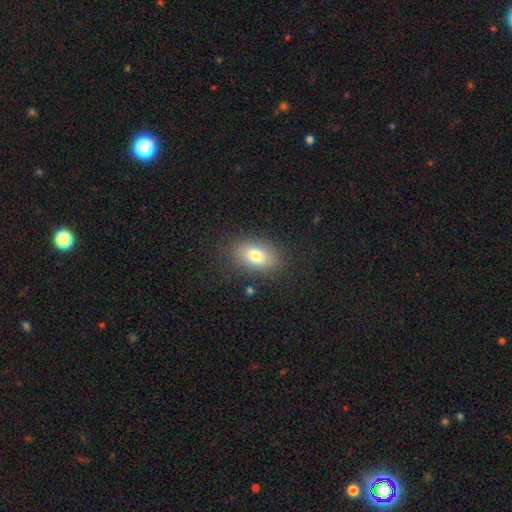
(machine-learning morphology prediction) Smooth or featured?
  - smooth: 78% *
  - featured or disk: 13%
  - star or artifact: 9%
How rounded?
  - in between: 87% *
  - round: 11%
  - cigar-shaped: 2%
Merging?
  - none: 84% *
  - minor disturbance: 11%
  - major disturbance: 4%
  - merger: 1%